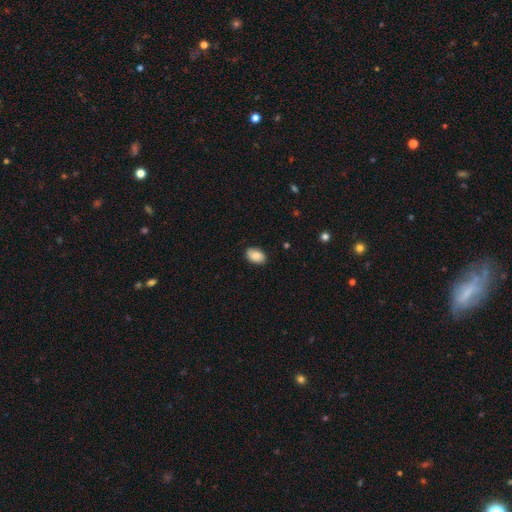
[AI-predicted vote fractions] Overall: smooth (87%). How rounded: in between (89%). Merging: none (84%).